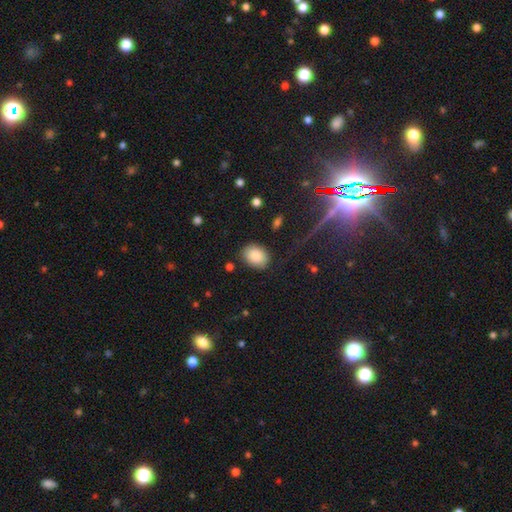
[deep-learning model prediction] This appears to be a smooth galaxy with no disk features (87%) that is in between round and cigar-shaped (66%). Merging: none (84%).